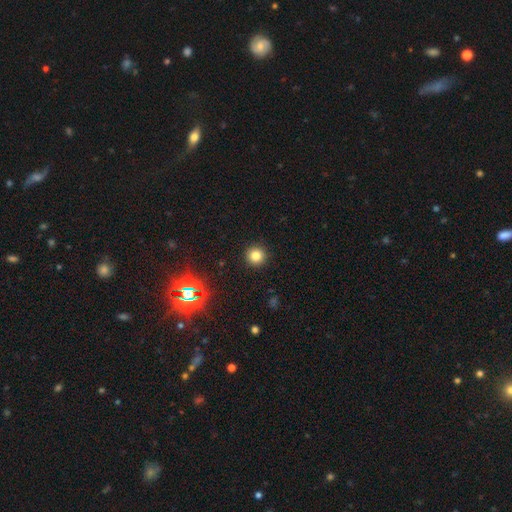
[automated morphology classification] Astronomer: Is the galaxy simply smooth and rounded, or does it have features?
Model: smooth — 80%.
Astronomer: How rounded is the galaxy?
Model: round — 95%.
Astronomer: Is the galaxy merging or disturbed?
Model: none — 92%.